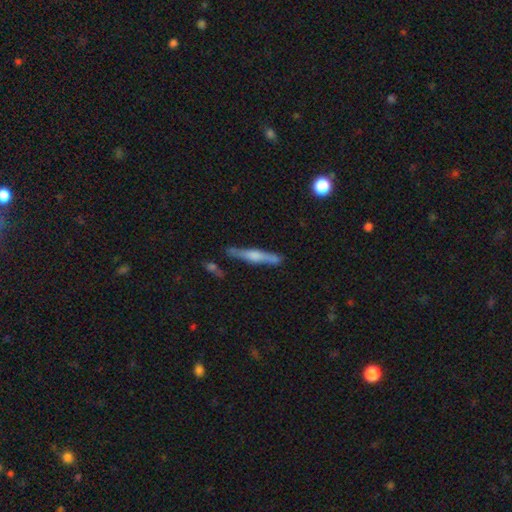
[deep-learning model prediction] Smooth or featured? featured or disk (57%)
Edge-on disk? yes (95%)
Edge-on bulge? rounded (62%)
Merging? none (80%)